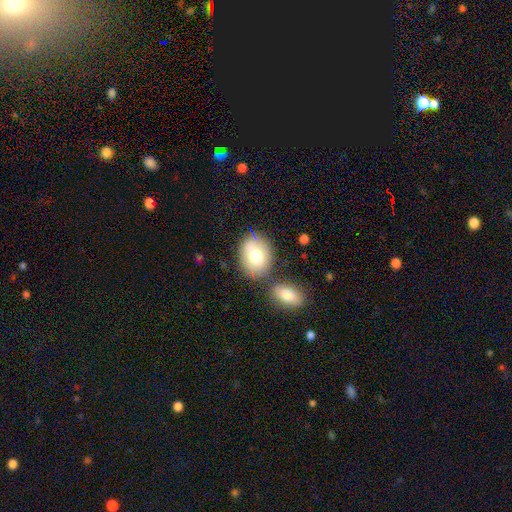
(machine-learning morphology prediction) smooth_or_featured: smooth (p=0.73) [alt: featured or disk p=0.19]
how_rounded: in between (p=0.62) [alt: round p=0.37]
merging: none (p=0.65) [alt: merger p=0.17]